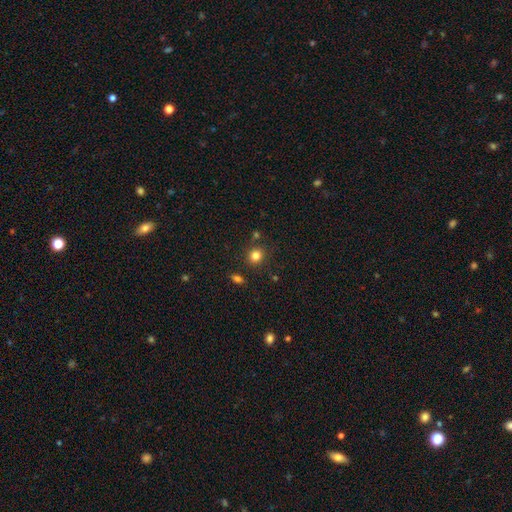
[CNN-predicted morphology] Q: Smooth or featured?
A: smooth (81%); runner-up: star or artifact (14%)
Q: How rounded?
A: round (86%); runner-up: in between (13%)
Q: Merging?
A: none (83%); runner-up: minor disturbance (9%)